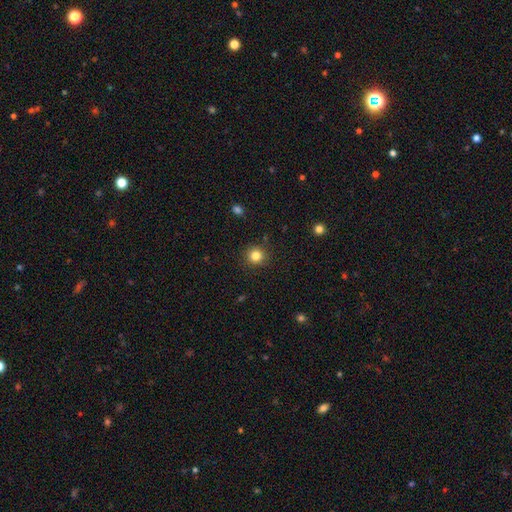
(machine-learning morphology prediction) Smooth or featured? Predicted: smooth (p=0.83). How rounded? Predicted: round (p=0.93). Merging? Predicted: none (p=0.90).